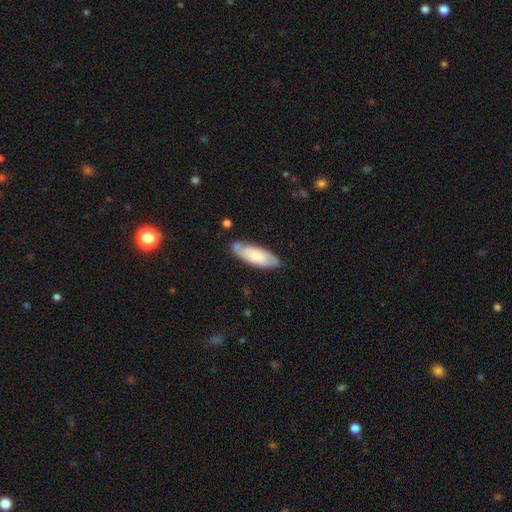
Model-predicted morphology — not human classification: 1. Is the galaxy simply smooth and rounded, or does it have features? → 49% smooth, 45% featured or disk, 6% star or artifact.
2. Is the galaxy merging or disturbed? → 73% none, 19% minor disturbance, 4% major disturbance, 4% merger.